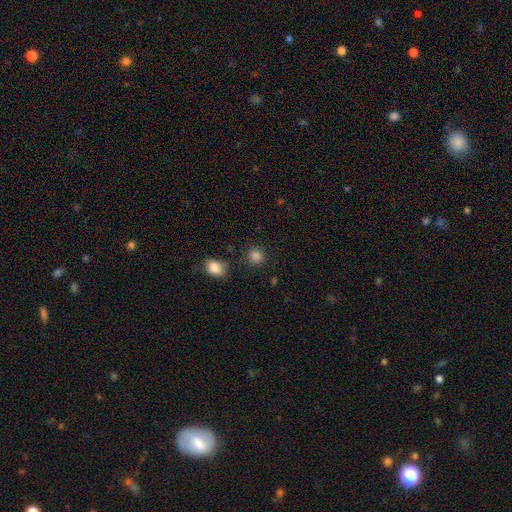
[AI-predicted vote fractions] smooth 84%, star or artifact 12%, featured or disk 4%. Down the decision tree: how rounded — round (89%); merging — none (84%).